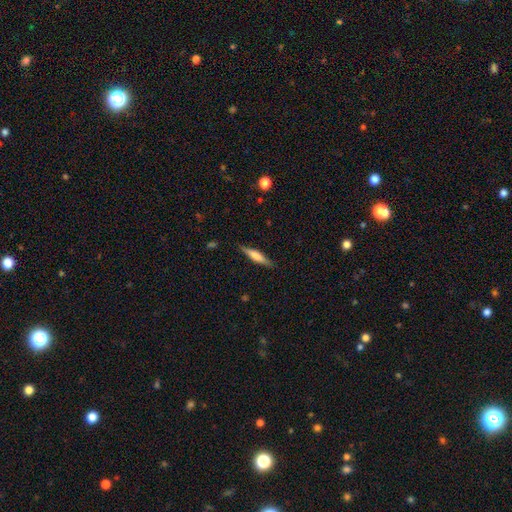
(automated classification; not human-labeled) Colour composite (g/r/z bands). It shows a smooth galaxy with no disk features (56%) that is cigar-shaped (85%). Merging: none (87%).